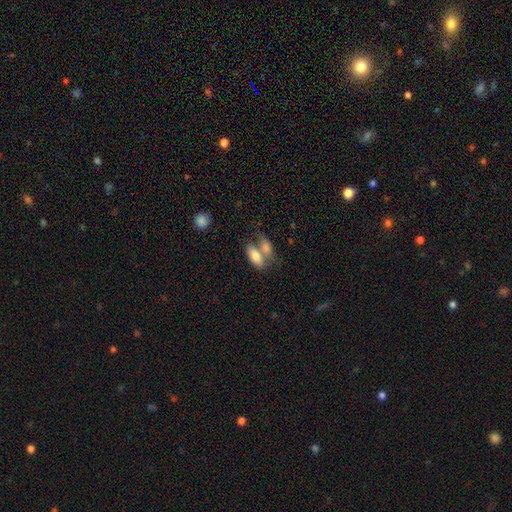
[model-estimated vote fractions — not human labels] Smooth or featured? smooth (79%)
How rounded? in between (86%)
Merging? merger (53%)